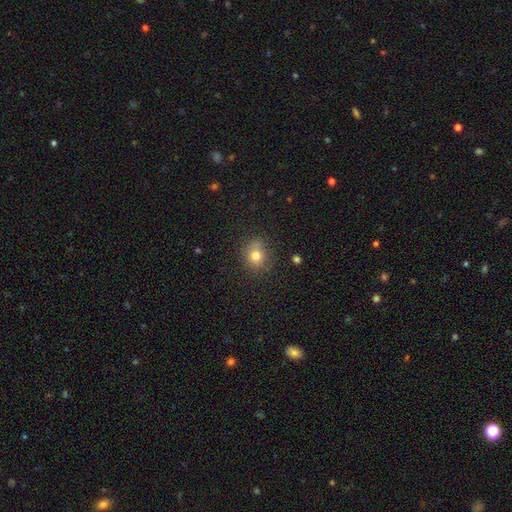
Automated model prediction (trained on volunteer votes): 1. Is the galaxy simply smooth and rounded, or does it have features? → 78% smooth, 13% star or artifact, 9% featured or disk.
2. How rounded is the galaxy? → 72% round, 27% in between, 1% cigar-shaped.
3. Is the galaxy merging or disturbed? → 76% none, 16% minor disturbance, 4% major disturbance, 3% merger.